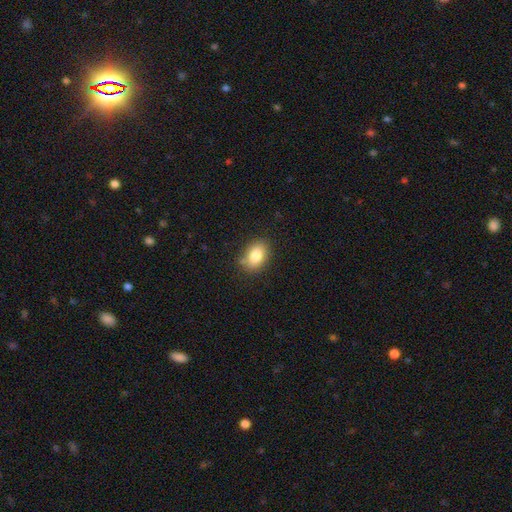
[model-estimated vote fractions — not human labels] Smooth or featured?
  - smooth: 84% *
  - star or artifact: 8%
  - featured or disk: 8%
How rounded?
  - in between: 80% *
  - round: 18%
  - cigar-shaped: 1%
Merging?
  - none: 79% *
  - minor disturbance: 15%
  - major disturbance: 3%
  - merger: 3%